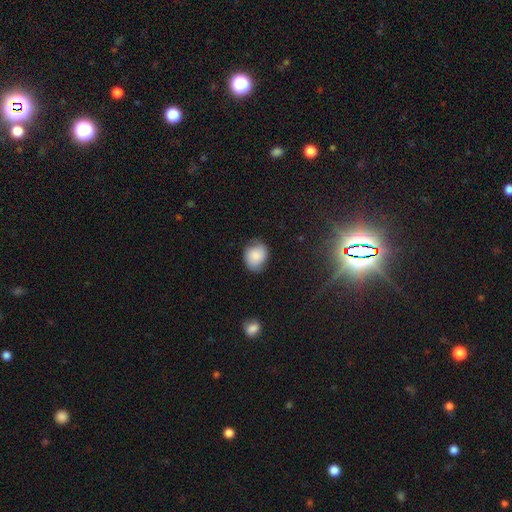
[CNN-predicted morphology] This appears to be a smooth galaxy with no disk features (76%) that is round (54%). Merging: none (65%).